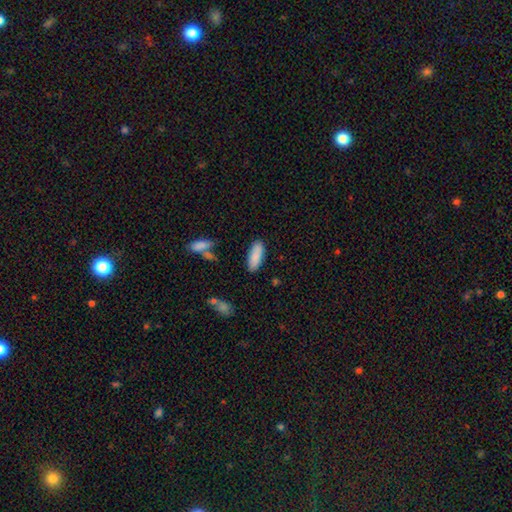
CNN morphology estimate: Overall: smooth (88%). How rounded: in between (71%). Merging: none (85%).